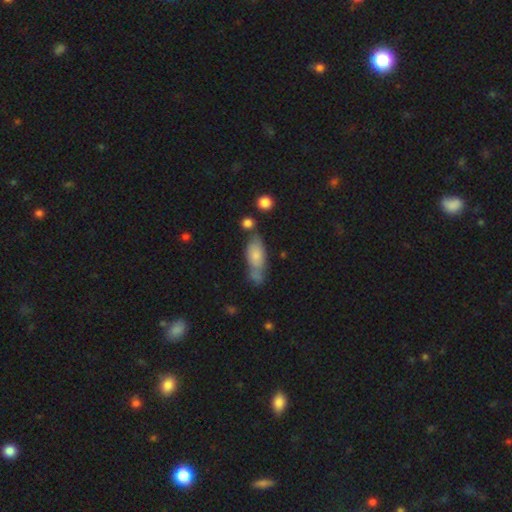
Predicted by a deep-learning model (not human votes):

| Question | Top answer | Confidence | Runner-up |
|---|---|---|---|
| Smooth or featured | smooth | 72% | featured or disk (21%) |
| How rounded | in between | 75% | cigar-shaped (21%) |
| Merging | none | 49% | minor disturbance (23%) |